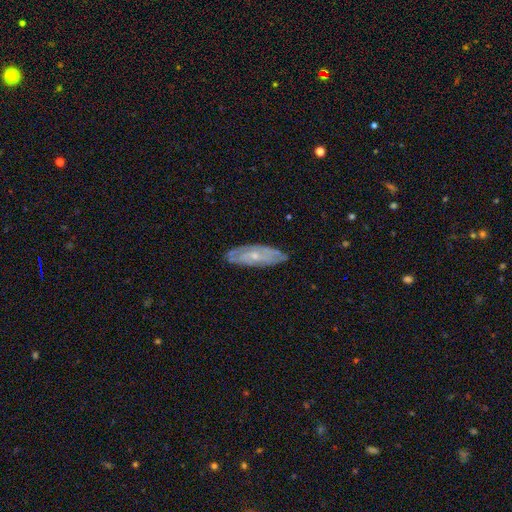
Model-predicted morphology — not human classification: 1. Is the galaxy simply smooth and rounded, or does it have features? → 71% featured or disk, 22% smooth, 7% star or artifact.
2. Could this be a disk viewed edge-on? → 80% no, 20% yes.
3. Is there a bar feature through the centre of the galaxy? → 68% no, 25% weak, 7% strong.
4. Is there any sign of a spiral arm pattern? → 80% yes, 20% no.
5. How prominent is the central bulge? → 71% small, 25% moderate, 2% none, 1% large, 1% dominant.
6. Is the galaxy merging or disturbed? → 80% none, 15% minor disturbance, 3% major disturbance, 1% merger.